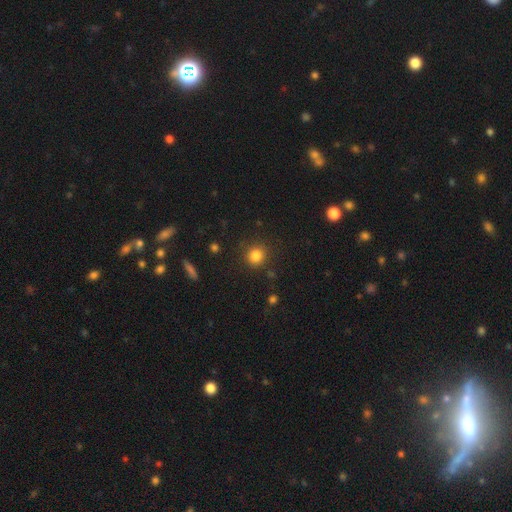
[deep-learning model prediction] smooth_or_featured: smooth (p=0.83) [alt: star or artifact p=0.12]
how_rounded: round (p=0.90) [alt: in between p=0.09]
merging: none (p=0.87) [alt: minor disturbance p=0.08]